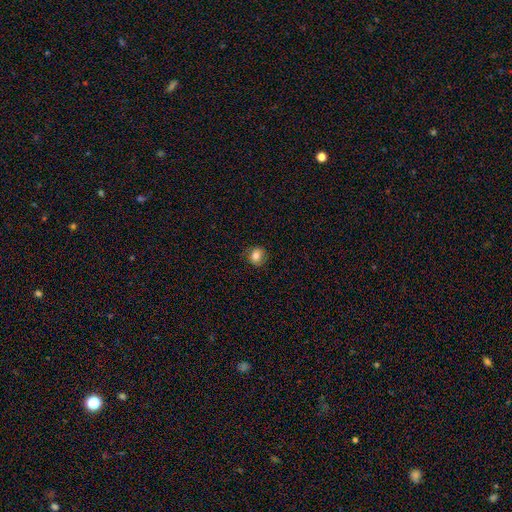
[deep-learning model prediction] Overall: smooth (79%). How rounded: round (78%). Merging: none (83%).